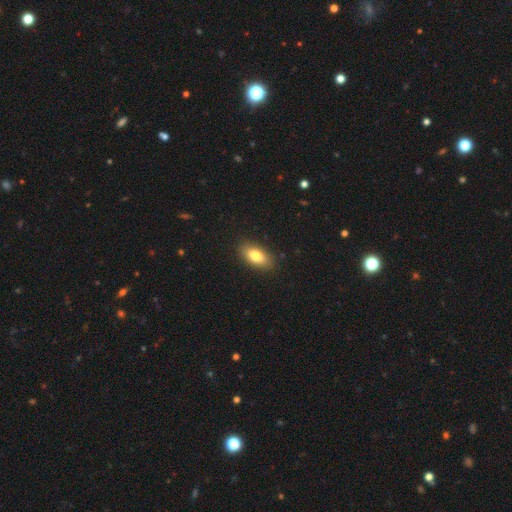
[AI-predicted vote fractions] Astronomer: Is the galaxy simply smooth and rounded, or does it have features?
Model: smooth — 81%.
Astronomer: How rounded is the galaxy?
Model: in between — 89%.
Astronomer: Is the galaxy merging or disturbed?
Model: none — 87%.